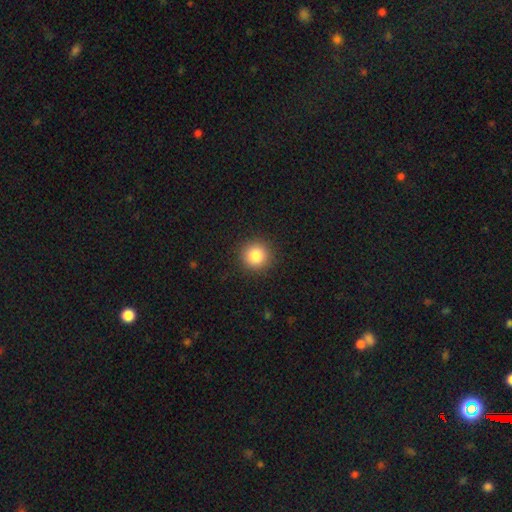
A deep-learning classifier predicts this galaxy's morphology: smooth_or_featured: smooth (p=0.84) [alt: star or artifact p=0.10]
how_rounded: round (p=0.95) [alt: in between p=0.04]
merging: none (p=0.91) [alt: minor disturbance p=0.06]